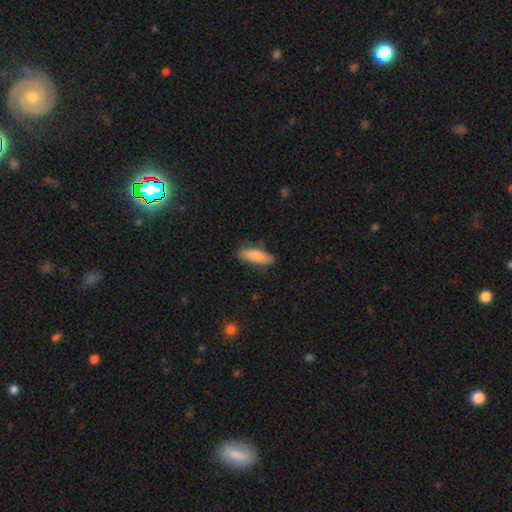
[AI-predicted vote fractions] Smooth or featured: smooth — 82% (featured or disk — 12%)
How rounded: in between — 51% (cigar-shaped — 47%)
Merging: none — 81% (minor disturbance — 15%)